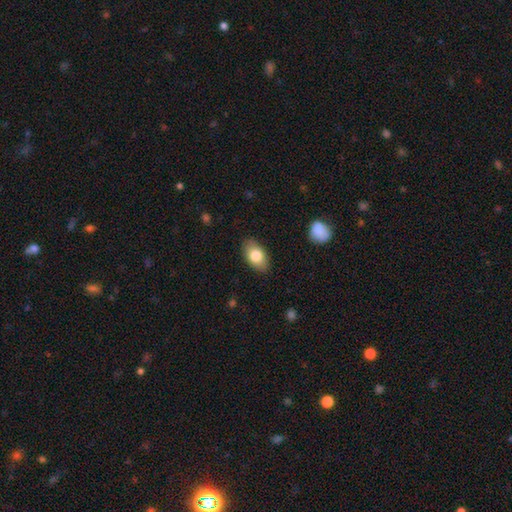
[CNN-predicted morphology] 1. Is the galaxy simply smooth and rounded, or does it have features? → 80% smooth, 13% featured or disk, 7% star or artifact.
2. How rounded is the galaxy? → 91% in between, 7% round, 2% cigar-shaped.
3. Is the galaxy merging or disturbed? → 86% none, 10% minor disturbance, 2% major disturbance, 1% merger.